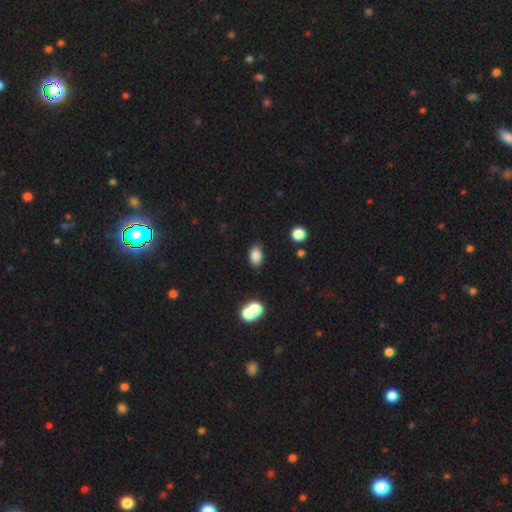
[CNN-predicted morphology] Q: Smooth or featured?
A: smooth (84%); runner-up: star or artifact (10%)
Q: How rounded?
A: in between (88%); runner-up: round (11%)
Q: Merging?
A: none (82%); runner-up: minor disturbance (11%)